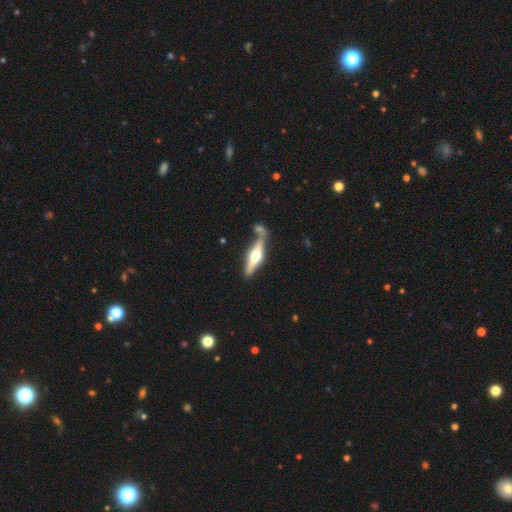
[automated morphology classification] A featured or disk galaxy (68%) viewed edge-on (95%) with a rounded central bulge (94%). Merging: none (60%).